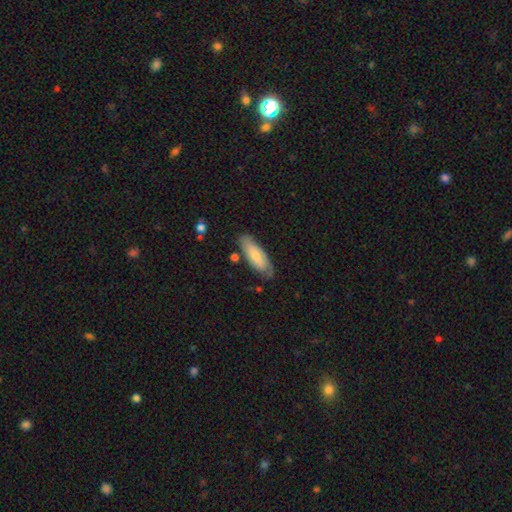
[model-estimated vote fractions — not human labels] Morphology: type=smooth (68%); roundness=in between (68%); merging=none (70%).